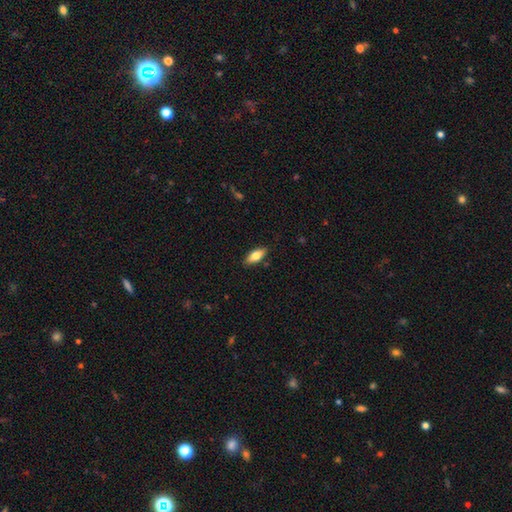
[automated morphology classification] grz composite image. It shows a smooth galaxy with no disk features (71%) that is in between round and cigar-shaped (79%). Merging: none (87%).